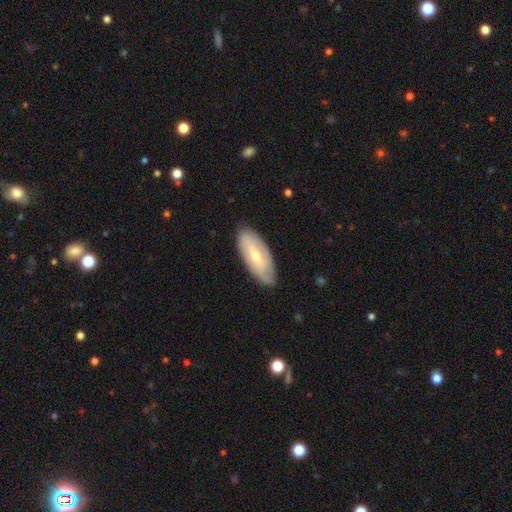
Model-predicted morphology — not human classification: Smooth or featured? Predicted: featured or disk (p=0.50). Merging? Predicted: none (p=0.82).